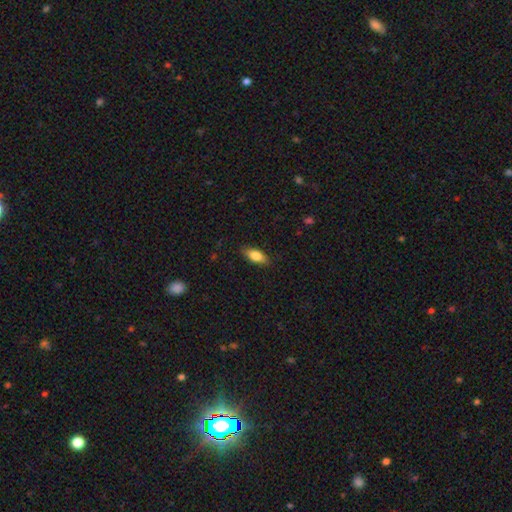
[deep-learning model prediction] A smooth galaxy with no disk features (77%) that is in between round and cigar-shaped (79%).

Vote fractions:
- Smooth or featured? smooth: 77% / featured or disk: 16% / star or artifact: 7%
- How rounded? in between: 79% / cigar-shaped: 17% / round: 3%
- Merging? none: 85% / minor disturbance: 11% / major disturbance: 2% / merger: 1%